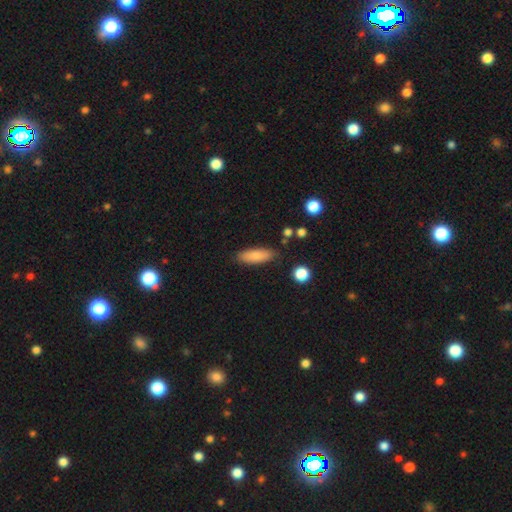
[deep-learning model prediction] The model was most divided on "how rounded": in between: 53%, cigar-shaped: 44%, round: 2%. More confident: merging — none (84%); smooth or featured — smooth (83%).